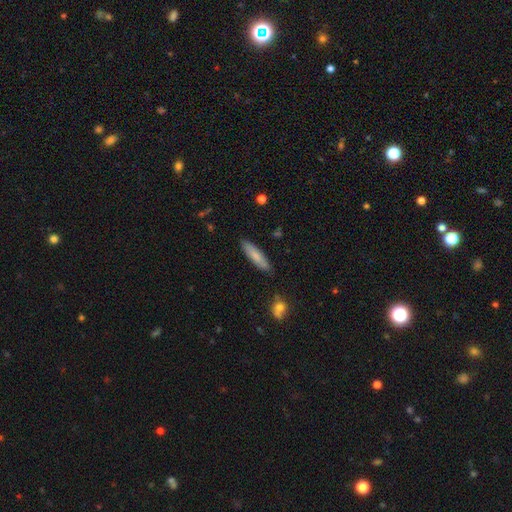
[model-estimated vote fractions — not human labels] Smooth or featured? Predicted: smooth (p=0.78). How rounded? Predicted: cigar-shaped (p=0.71). Merging? Predicted: none (p=0.85).